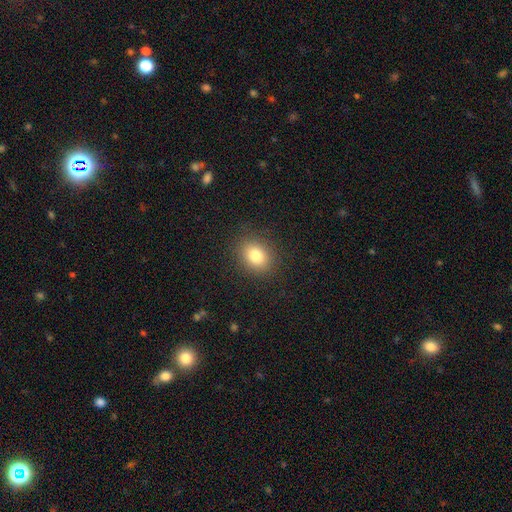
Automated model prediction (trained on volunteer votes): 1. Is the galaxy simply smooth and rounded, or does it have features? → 82% smooth, 10% star or artifact, 7% featured or disk.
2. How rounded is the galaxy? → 51% in between, 48% round, 1% cigar-shaped.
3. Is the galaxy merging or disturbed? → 87% none, 8% minor disturbance, 3% major disturbance, 1% merger.